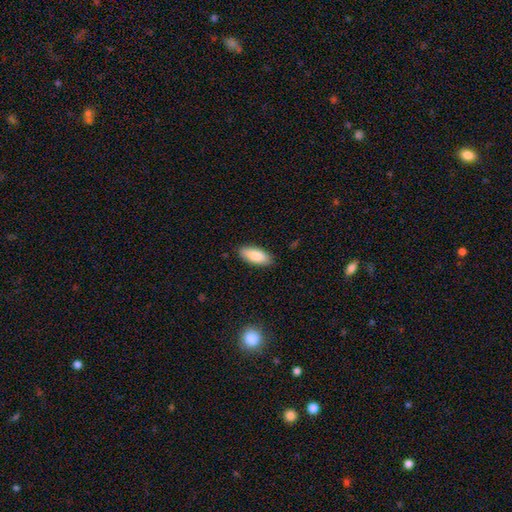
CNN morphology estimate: This is clearly a smooth galaxy (86%). How rounded: clearly in between (84%). Merging: clearly none (87%).